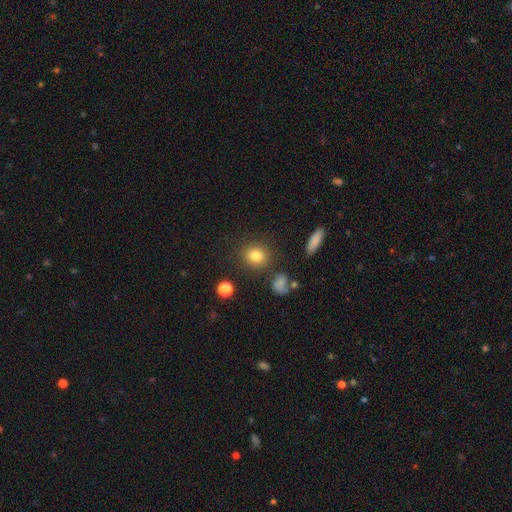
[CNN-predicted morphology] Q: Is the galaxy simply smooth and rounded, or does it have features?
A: smooth — 82%.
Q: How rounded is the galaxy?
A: round — 82%.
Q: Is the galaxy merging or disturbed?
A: none — 83%.